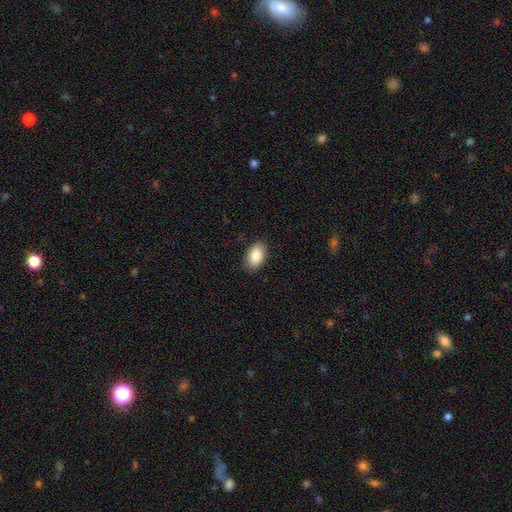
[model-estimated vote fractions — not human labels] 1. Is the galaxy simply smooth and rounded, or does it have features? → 88% smooth, 7% star or artifact, 6% featured or disk.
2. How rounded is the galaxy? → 92% in between, 6% round, 1% cigar-shaped.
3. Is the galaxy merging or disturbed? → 87% none, 10% minor disturbance, 2% major disturbance, 1% merger.